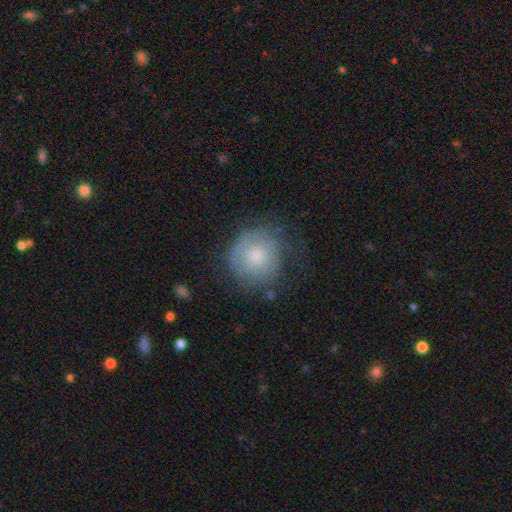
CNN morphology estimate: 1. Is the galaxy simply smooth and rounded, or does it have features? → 56% smooth, 36% featured or disk, 7% star or artifact.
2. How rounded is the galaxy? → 88% round, 11% in between, 1% cigar-shaped.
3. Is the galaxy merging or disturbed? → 57% none, 25% minor disturbance, 16% major disturbance, 2% merger.